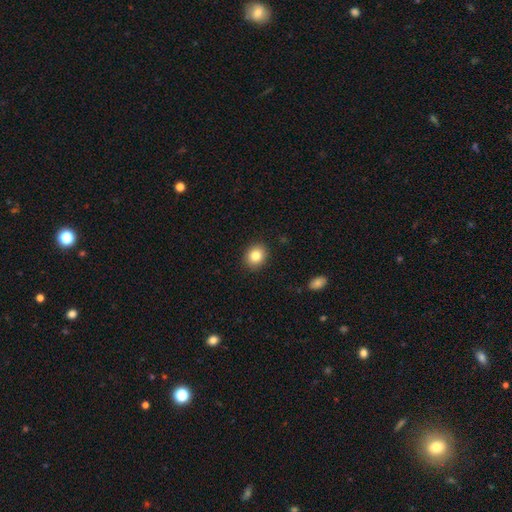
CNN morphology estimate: smooth 83%, star or artifact 10%, featured or disk 7%. Down the decision tree: how rounded — round (69%); merging — none (90%).